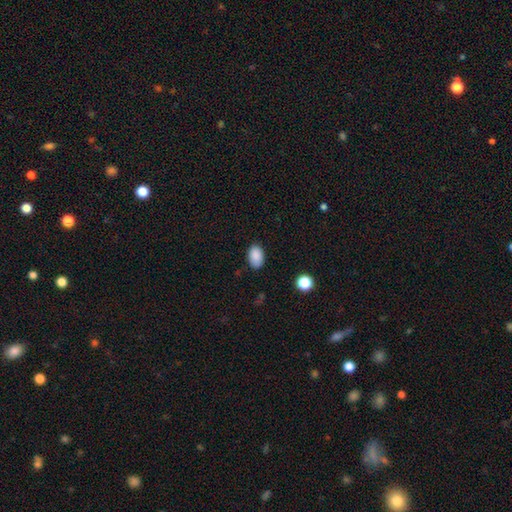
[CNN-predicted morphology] Smooth or featured: smooth — 88% (star or artifact — 8%)
How rounded: in between — 89% (round — 10%)
Merging: none — 84% (minor disturbance — 13%)